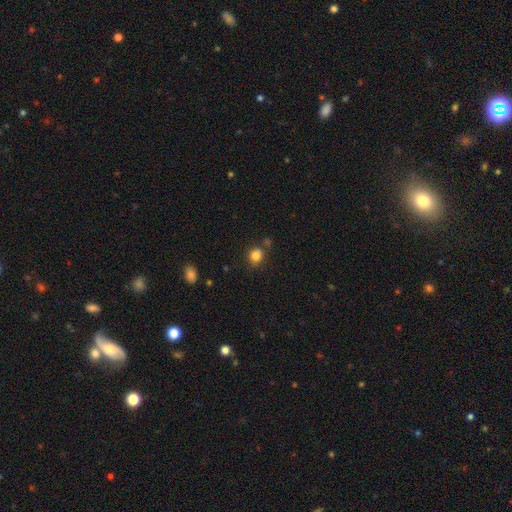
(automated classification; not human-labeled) Smooth or featured? smooth (83%)
How rounded? round (68%)
Merging? none (71%)